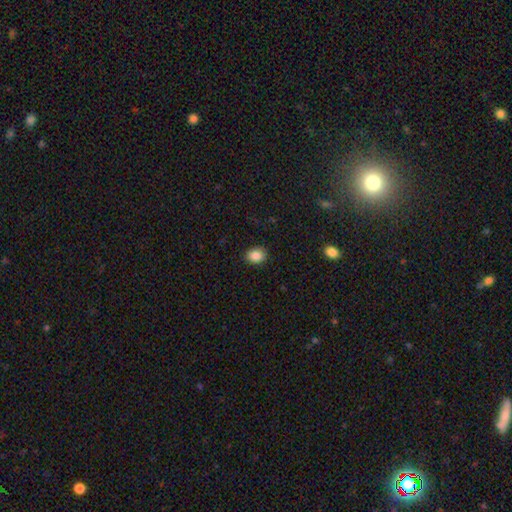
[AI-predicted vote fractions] Smooth or featured? Predicted: smooth (p=0.87). How rounded? Predicted: in between (p=0.56). Merging? Predicted: none (p=0.88).